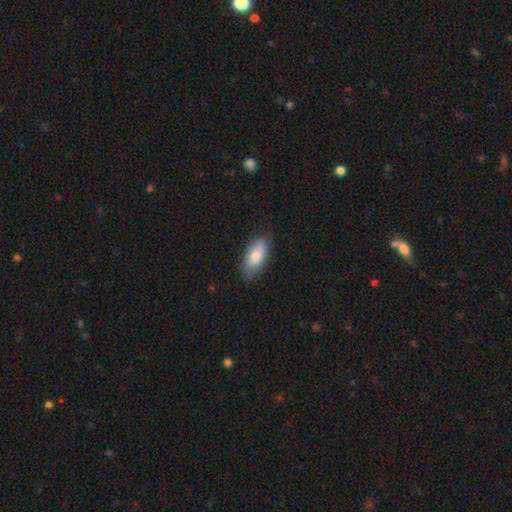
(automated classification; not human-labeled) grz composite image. It shows a smooth galaxy with no disk features (78%) that is in between round and cigar-shaped (87%). Merging: none (76%).